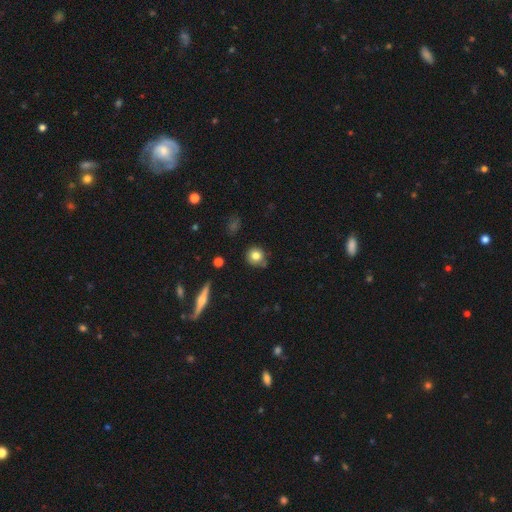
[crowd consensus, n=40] A smooth galaxy with no disk features (78%) that is round (90%). Merging: none (84%).